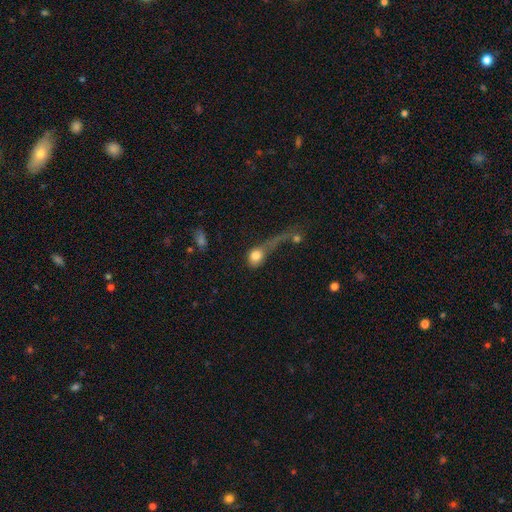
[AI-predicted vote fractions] Morphology: type=smooth (75%); roundness=in between (50%); merging=major disturbance (43%).